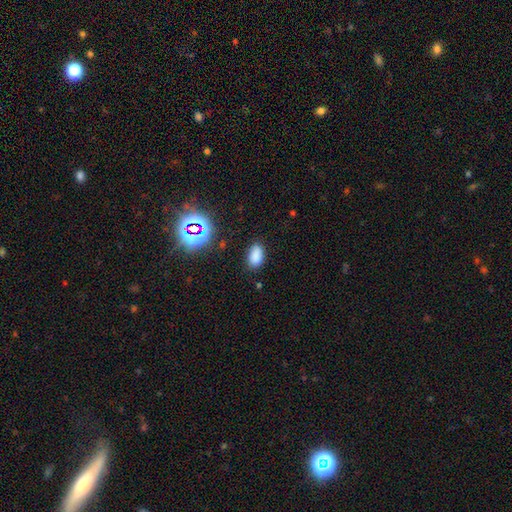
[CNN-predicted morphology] A smooth galaxy with no disk features (80%) that is in between round and cigar-shaped (91%). Merging: none (82%).